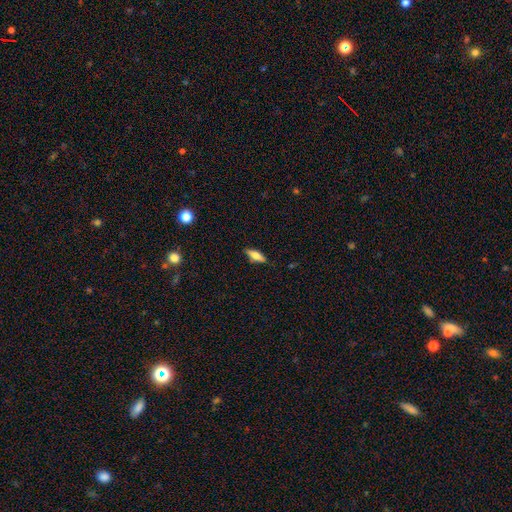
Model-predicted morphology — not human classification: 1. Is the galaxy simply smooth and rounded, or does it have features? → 57% smooth, 36% featured or disk, 7% star or artifact.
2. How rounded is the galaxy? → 55% in between, 42% cigar-shaped, 3% round.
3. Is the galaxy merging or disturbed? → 82% none, 14% minor disturbance, 3% major disturbance, 1% merger.